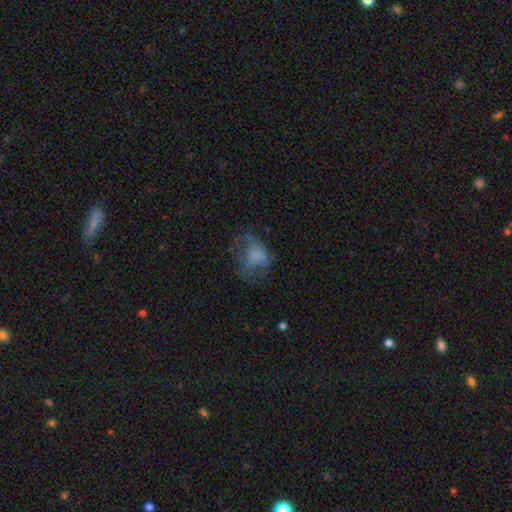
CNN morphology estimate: Smooth or featured? smooth (56%)
How rounded? in between (67%)
Merging? major disturbance (40%)